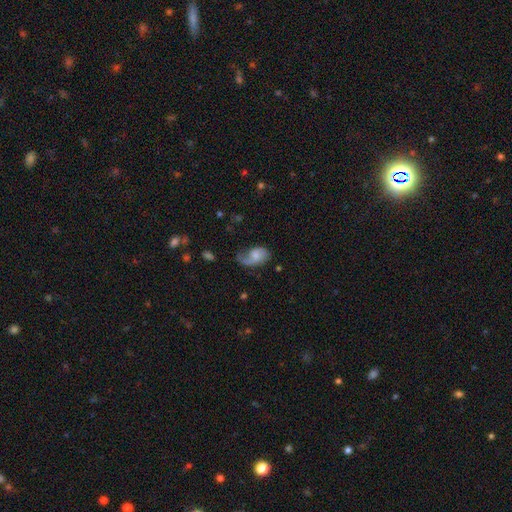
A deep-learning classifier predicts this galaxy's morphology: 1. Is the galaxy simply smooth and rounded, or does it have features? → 58% featured or disk, 34% smooth, 8% star or artifact.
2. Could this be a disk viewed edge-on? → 96% no, 4% yes.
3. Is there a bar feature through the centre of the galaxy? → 58% no, 36% weak, 6% strong.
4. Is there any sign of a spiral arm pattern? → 87% yes, 13% no.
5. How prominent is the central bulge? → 34% moderate, 33% small, 23% none, 8% large, 2% dominant.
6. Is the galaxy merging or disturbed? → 43% none, 29% minor disturbance, 26% major disturbance, 3% merger.